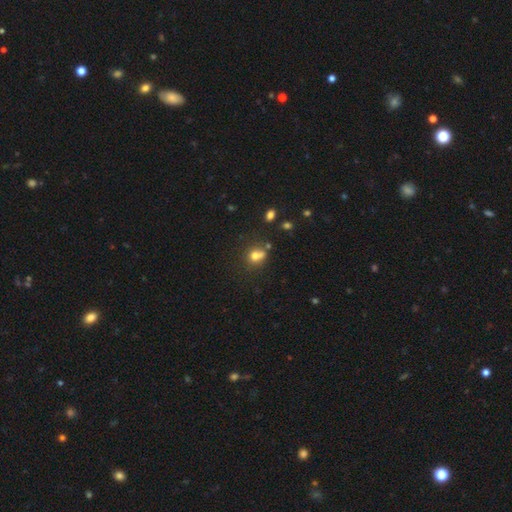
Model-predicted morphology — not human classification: A smooth galaxy with no disk features (72%) that is round (72%).

Vote fractions:
- Smooth or featured? smooth: 72% / star or artifact: 15% / featured or disk: 13%
- How rounded? round: 72% / in between: 26% / cigar-shaped: 1%
- Merging? none: 46% / merger: 32% / minor disturbance: 15% / major disturbance: 7%